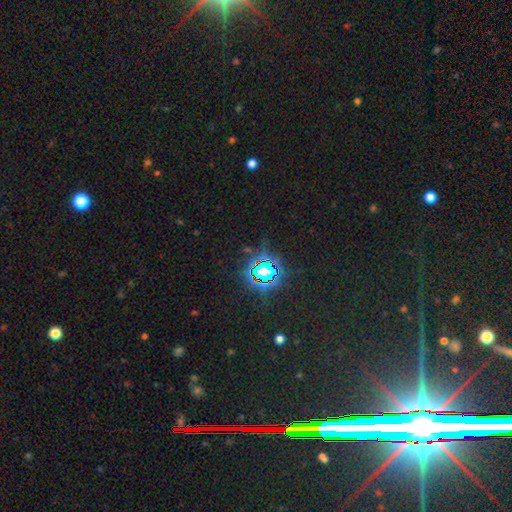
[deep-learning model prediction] Smooth or featured? Predicted: star or artifact (p=0.81).